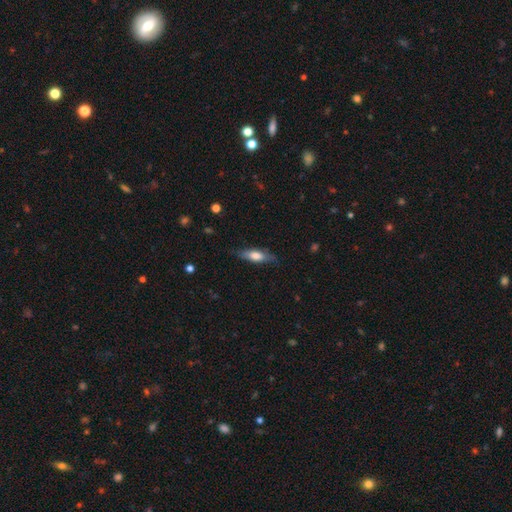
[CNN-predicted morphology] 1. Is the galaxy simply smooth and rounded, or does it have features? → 64% smooth, 30% featured or disk, 6% star or artifact.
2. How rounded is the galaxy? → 49% in between, 48% cigar-shaped, 2% round.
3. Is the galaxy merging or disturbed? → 78% none, 17% minor disturbance, 3% major disturbance, 1% merger.